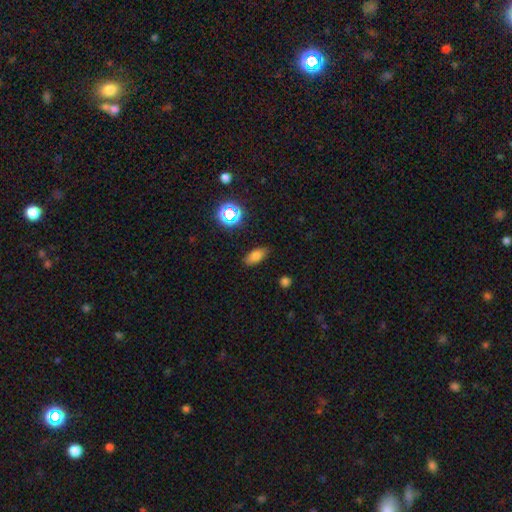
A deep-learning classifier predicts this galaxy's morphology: type=smooth (76%); roundness=in between (84%); merging=none (84%).